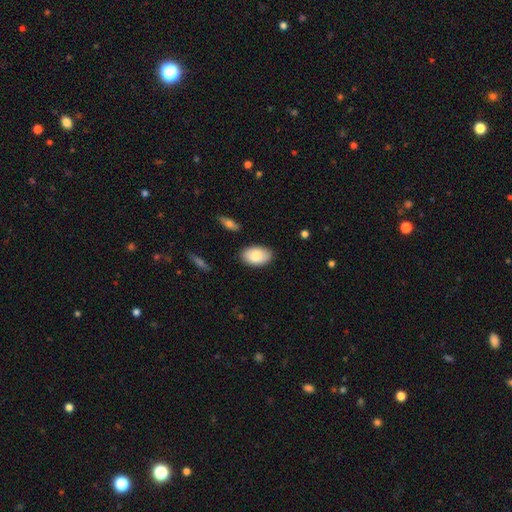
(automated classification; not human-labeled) smooth-or-featured: smooth: 80% | featured or disk: 14% | star or artifact: 6%
  how-rounded: in between: 93% | round: 6% | cigar-shaped: 1%
  merging: none: 85% | minor disturbance: 11% | major disturbance: 2% | merger: 2%